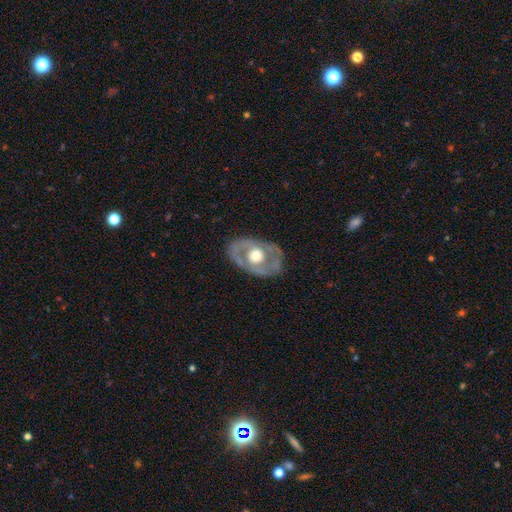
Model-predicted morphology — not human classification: smooth-or-featured: featured or disk: 67% | smooth: 29% | star or artifact: 5%
  disk-edge-on: no: 92% | yes: 8%
    bar: no: 84% | weak: 12% | strong: 4%
    has-spiral-arms: no: 71% | yes: 29%
    bulge-size: moderate: 57% | large: 35% | small: 5% | dominant: 2% | none: 1%
  merging: none: 78% | minor disturbance: 15% | major disturbance: 6% | merger: 1%